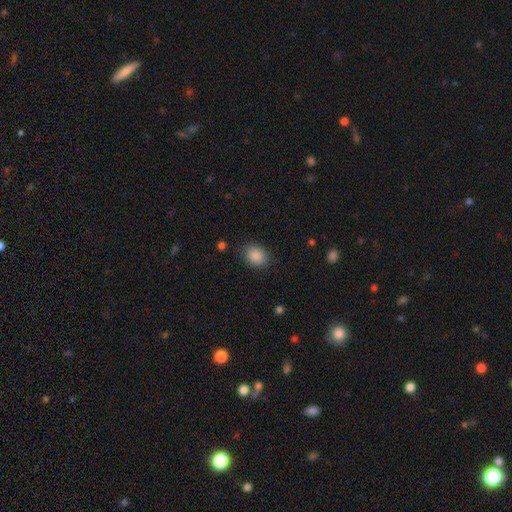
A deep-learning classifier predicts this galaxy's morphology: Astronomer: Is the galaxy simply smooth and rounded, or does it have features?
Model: smooth — 88%.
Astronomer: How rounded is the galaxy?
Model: in between — 53% (runner-up: round, 47%).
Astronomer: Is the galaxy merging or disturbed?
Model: none — 84%.